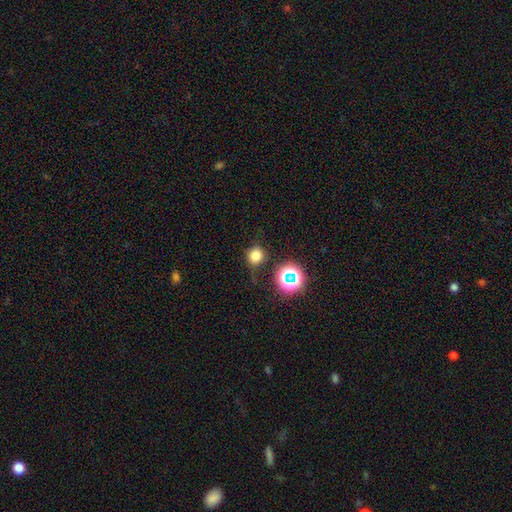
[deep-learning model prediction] Smooth or featured: smooth — 74% (star or artifact — 19%)
How rounded: round — 87% (in between — 12%)
Merging: none — 76% (minor disturbance — 15%)